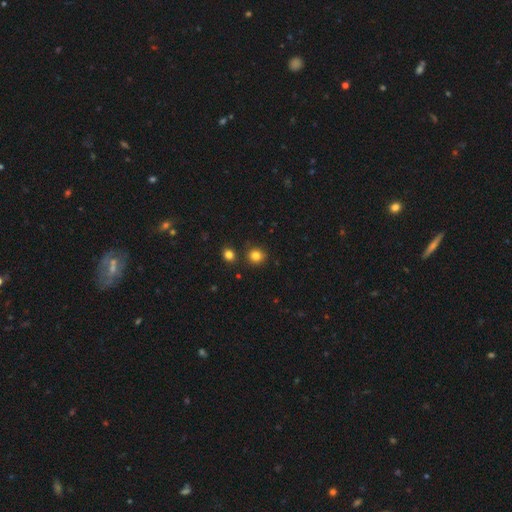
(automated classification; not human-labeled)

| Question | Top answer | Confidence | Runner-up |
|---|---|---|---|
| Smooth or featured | smooth | 83% | star or artifact (12%) |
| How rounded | round | 89% | in between (10%) |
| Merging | none | 85% | minor disturbance (8%) |